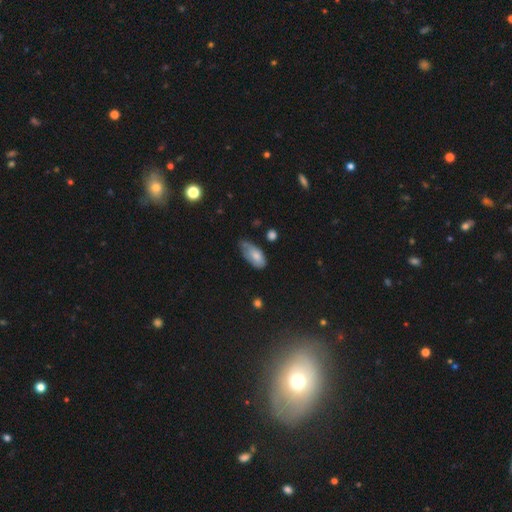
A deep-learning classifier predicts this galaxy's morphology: Overall: smooth (74%). How rounded: in between (90%). Merging: minor disturbance (46%; none 39%).